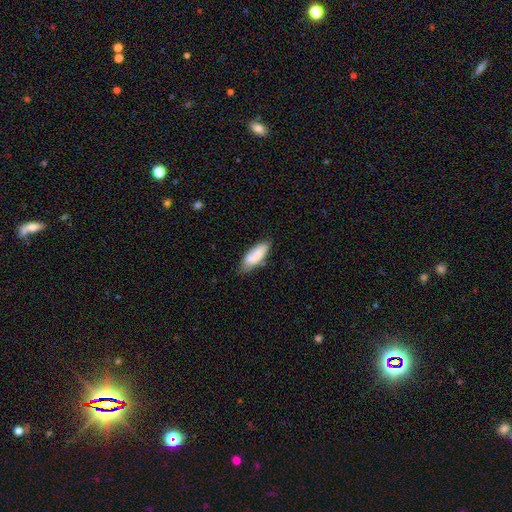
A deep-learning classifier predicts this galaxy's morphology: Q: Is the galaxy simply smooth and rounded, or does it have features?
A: smooth — 76%.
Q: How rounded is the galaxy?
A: in between — 77%.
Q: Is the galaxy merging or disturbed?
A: none — 65%.